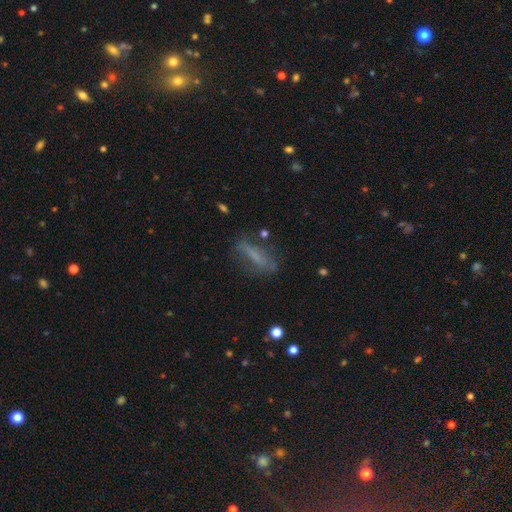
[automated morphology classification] Smooth or featured?
  - smooth: 55% *
  - featured or disk: 33%
  - star or artifact: 13%
How rounded?
  - cigar-shaped: 64% *
  - in between: 33%
  - round: 3%
Merging?
  - none: 63% *
  - minor disturbance: 22%
  - major disturbance: 13%
  - merger: 3%